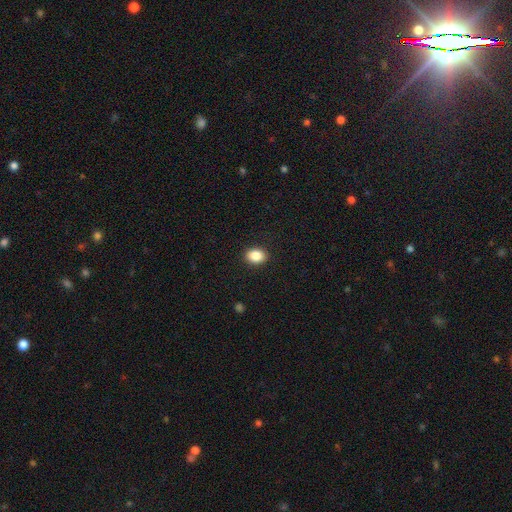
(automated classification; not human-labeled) Overall: smooth (87%). How rounded: in between (63%; round 36%). Merging: none (90%).